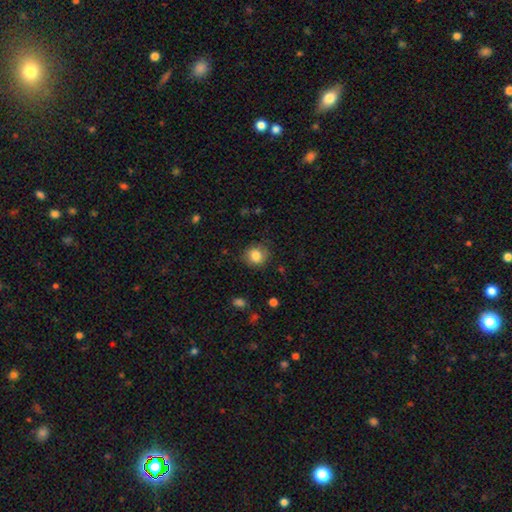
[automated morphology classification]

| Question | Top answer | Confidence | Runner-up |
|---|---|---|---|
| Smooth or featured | smooth | 83% | star or artifact (9%) |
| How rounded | round | 80% | in between (19%) |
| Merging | none | 74% | minor disturbance (19%) |